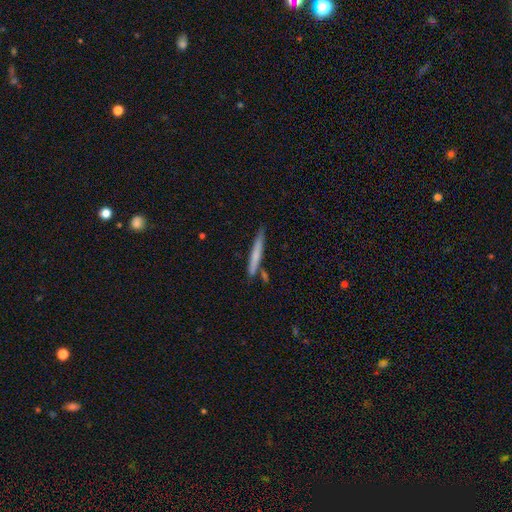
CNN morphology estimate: Q: Smooth or featured?
A: smooth (61%); runner-up: featured or disk (33%)
Q: How rounded?
A: cigar-shaped (96%); runner-up: in between (3%)
Q: Merging?
A: none (81%); runner-up: minor disturbance (12%)